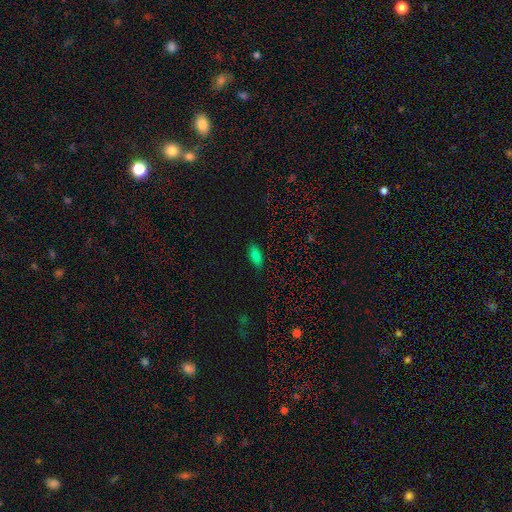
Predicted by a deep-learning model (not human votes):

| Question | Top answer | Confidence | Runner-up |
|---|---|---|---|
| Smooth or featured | smooth | 82% | star or artifact (13%) |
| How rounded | in between | 81% | cigar-shaped (16%) |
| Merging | none | 86% | minor disturbance (10%) |